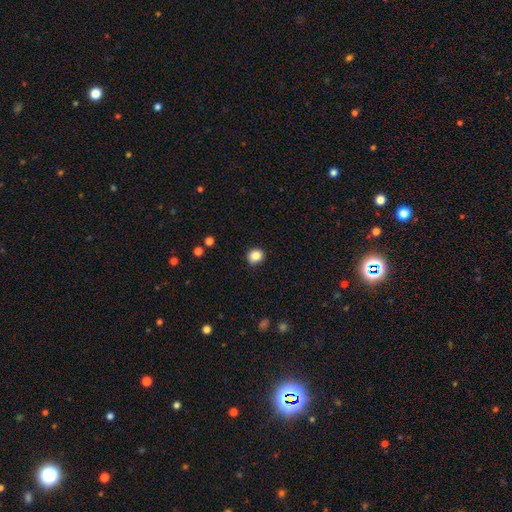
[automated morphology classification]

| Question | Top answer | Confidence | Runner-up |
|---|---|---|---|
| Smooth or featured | smooth | 86% | star or artifact (10%) |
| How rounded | round | 82% | in between (17%) |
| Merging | none | 87% | minor disturbance (9%) |